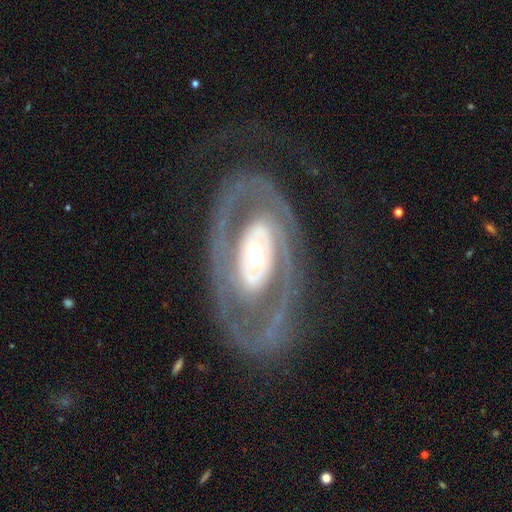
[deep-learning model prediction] This is clearly a featured or disk galaxy (86%). It is clearly not viewed edge-on (94%). Bar: likely no (61%). Spiral arm pattern: likely yes (76%). Spiral arm count: likely 2 (67%). Spiral winding: possibly tight (50%). Central bulge: likely moderate (63%). Merging: likely none (77%).